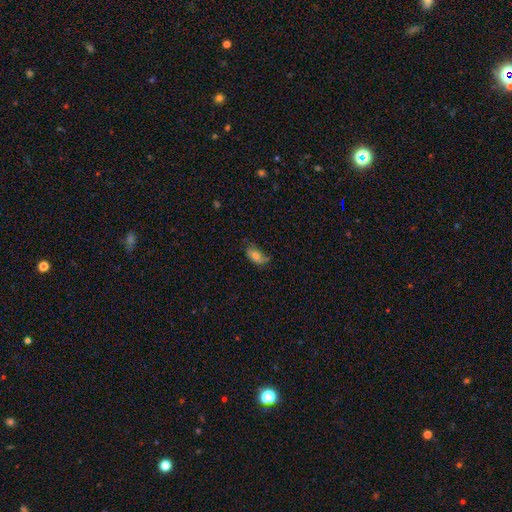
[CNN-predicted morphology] A smooth galaxy with no disk features (65%) that is in between round and cigar-shaped (90%). Merging: none (55%).